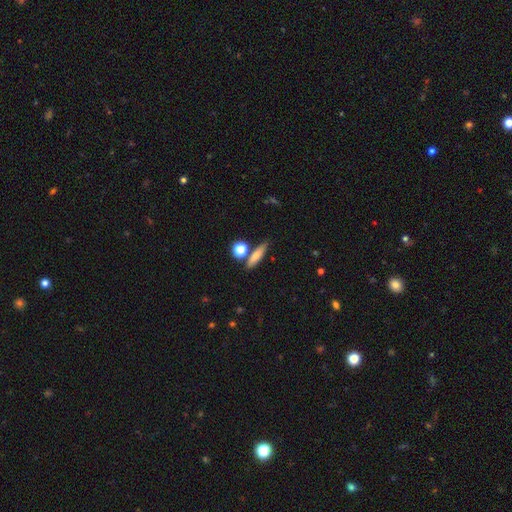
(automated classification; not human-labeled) smooth-or-featured: smooth: 71% | featured or disk: 20% | star or artifact: 9%
  how-rounded: cigar-shaped: 63% | in between: 26% | round: 11%
  merging: none: 74% | merger: 12% | minor disturbance: 11% | major disturbance: 3%